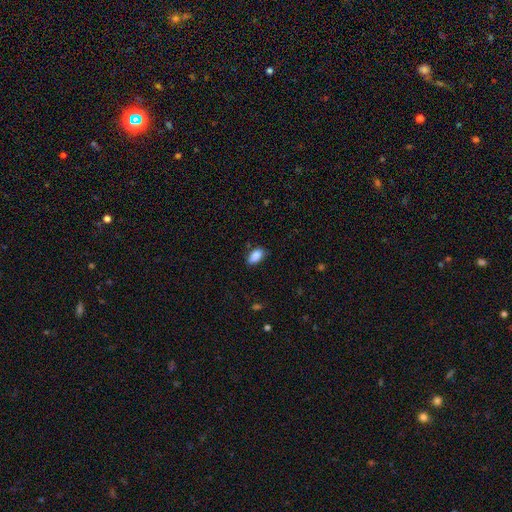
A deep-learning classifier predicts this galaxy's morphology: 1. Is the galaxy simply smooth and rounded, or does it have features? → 88% smooth, 7% star or artifact, 5% featured or disk.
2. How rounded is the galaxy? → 92% in between, 4% round, 4% cigar-shaped.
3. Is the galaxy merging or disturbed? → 81% none, 15% minor disturbance, 3% major disturbance, 1% merger.